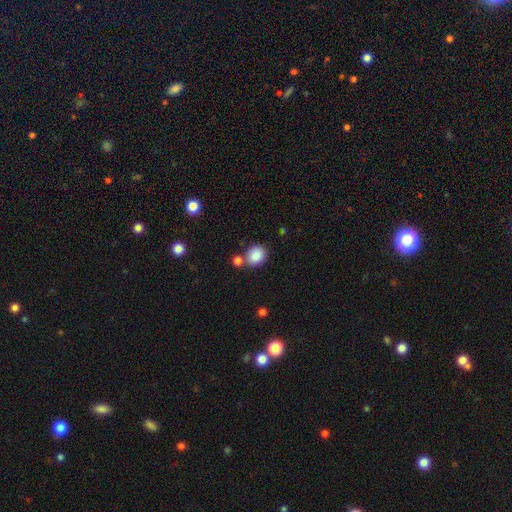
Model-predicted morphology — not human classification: This appears to be a smooth galaxy with no disk features (86%) that is round (57%). Merging: none (65%).